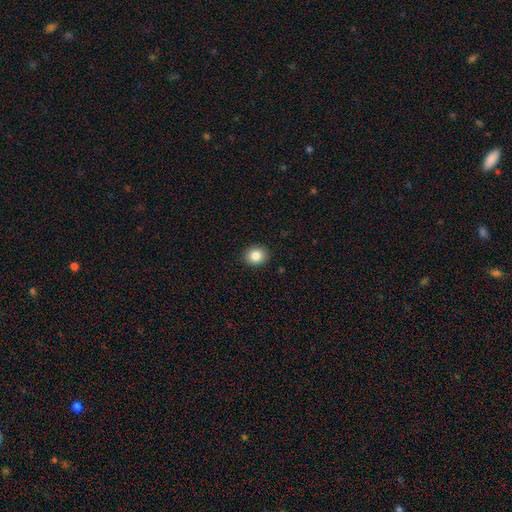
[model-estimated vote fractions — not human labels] A smooth galaxy with no disk features (84%) that is round (68%). Merging: none (91%).